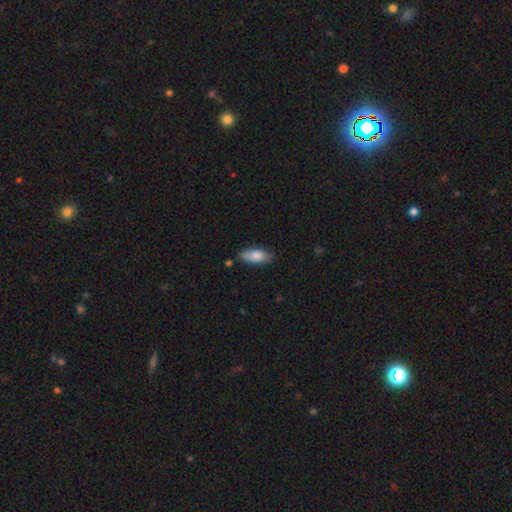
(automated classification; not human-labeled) Smooth or featured? smooth (81%)
How rounded? in between (80%)
Merging? none (75%)